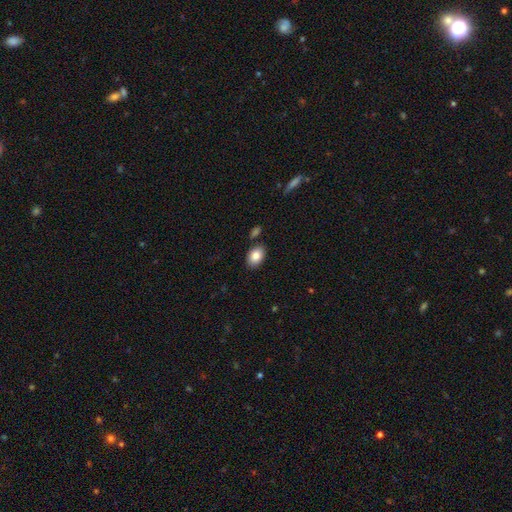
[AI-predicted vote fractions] smooth_or_featured: smooth (p=0.85) [alt: featured or disk p=0.08]
how_rounded: in between (p=0.85) [alt: round p=0.14]
merging: none (p=0.83) [alt: minor disturbance p=0.10]